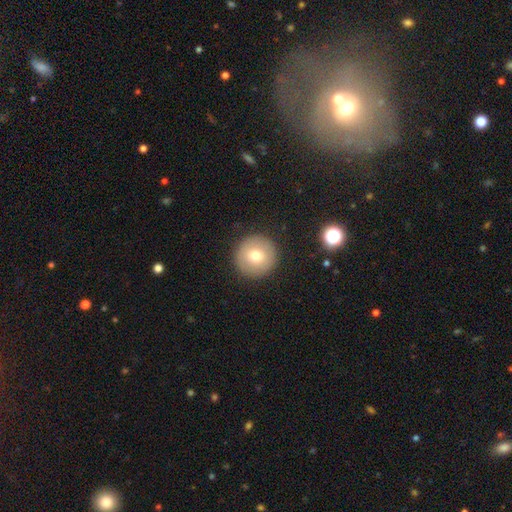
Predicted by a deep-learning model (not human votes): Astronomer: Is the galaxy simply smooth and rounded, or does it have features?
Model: smooth — 73%.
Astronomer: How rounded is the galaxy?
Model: round — 96%.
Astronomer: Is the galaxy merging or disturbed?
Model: none — 91%.